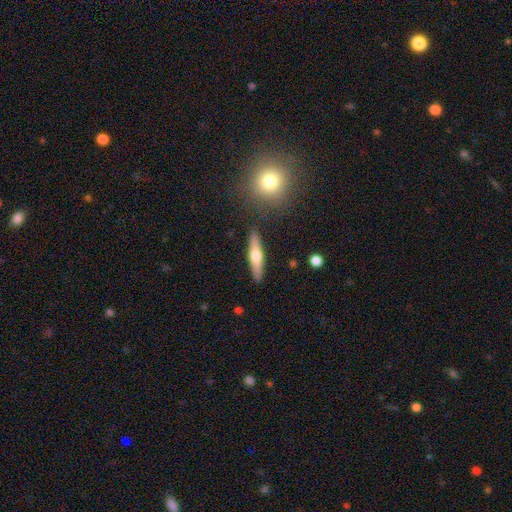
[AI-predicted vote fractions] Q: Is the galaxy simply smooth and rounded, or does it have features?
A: smooth — 49%.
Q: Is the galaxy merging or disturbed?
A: none — 88%.